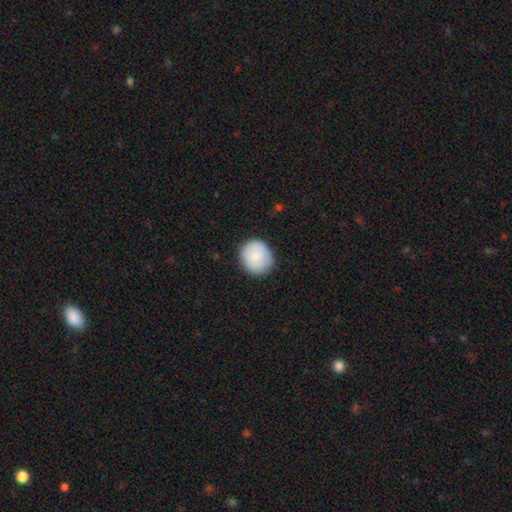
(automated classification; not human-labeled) Morphology: type=smooth (85%); roundness=round (86%); merging=none (86%).